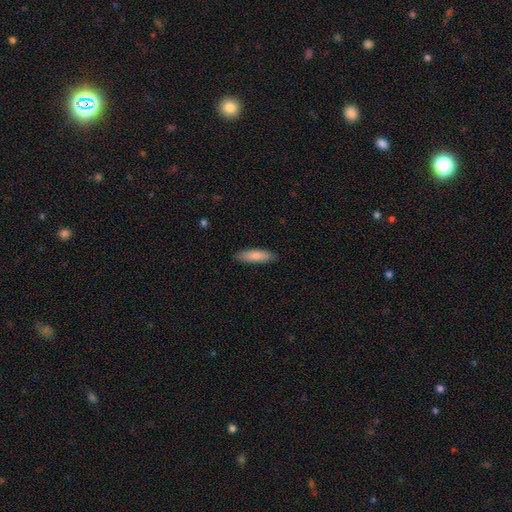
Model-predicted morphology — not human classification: smooth 83%, featured or disk 11%, star or artifact 5%. Down the decision tree: how rounded — cigar-shaped (64%); merging — none (88%).